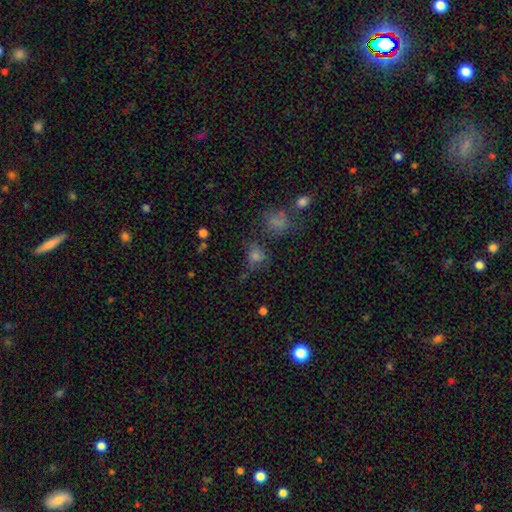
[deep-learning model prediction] Smooth or featured? smooth (67%)
How rounded? round (63%)
Merging? none (57%)